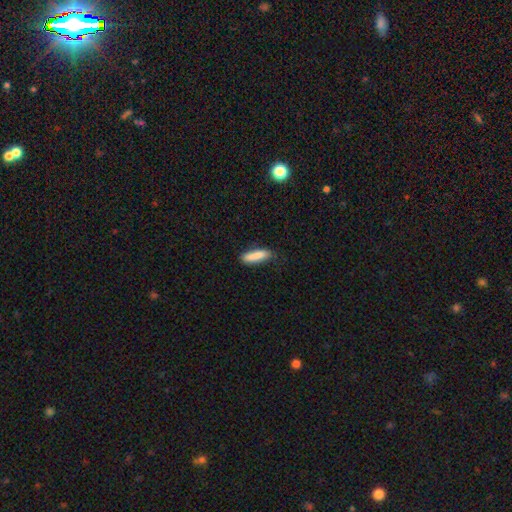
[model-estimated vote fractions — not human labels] This appears to be a smooth galaxy with no disk features (85%) that is cigar-shaped (70%). Merging: none (74%).